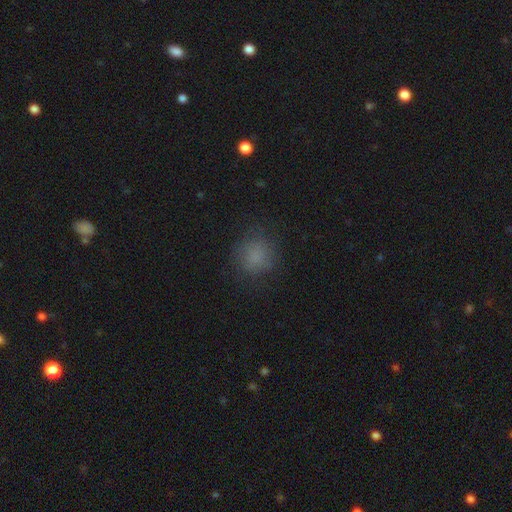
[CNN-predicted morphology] Smooth or featured? Predicted: smooth (p=0.79). How rounded? Predicted: round (p=0.86). Merging? Predicted: none (p=0.80).